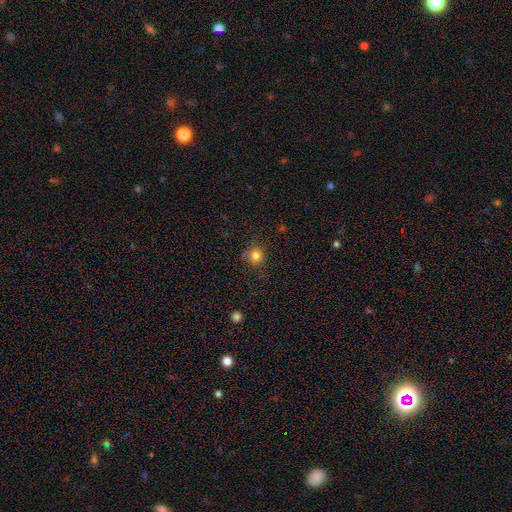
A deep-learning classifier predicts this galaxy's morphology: Overall: smooth (82%). How rounded: round (89%). Merging: none (77%).